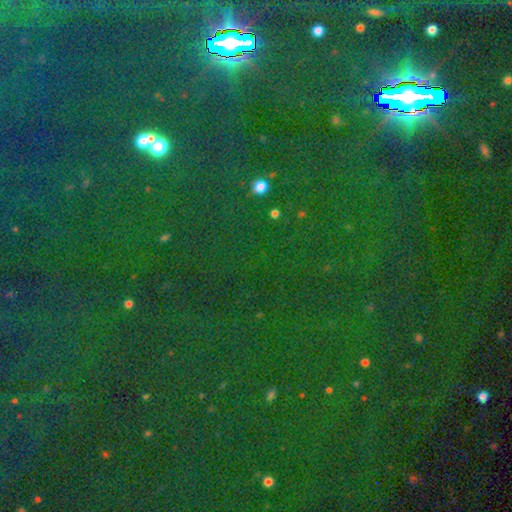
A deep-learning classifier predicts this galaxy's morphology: The model was most divided on "smooth or featured": star or artifact: 80%, smooth: 12%, featured or disk: 8%.